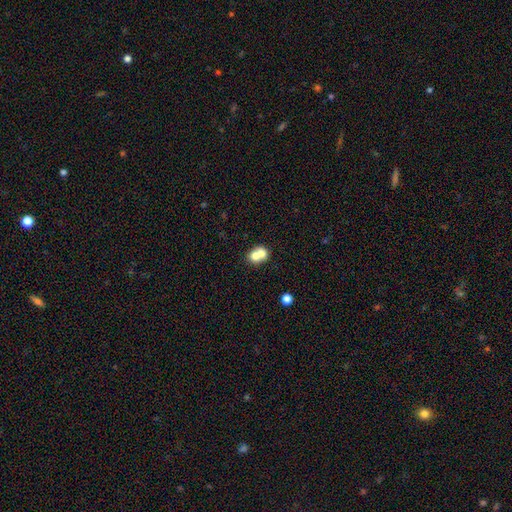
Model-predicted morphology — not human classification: type=smooth (69%); roundness=round (66%); merging=merger (67%).